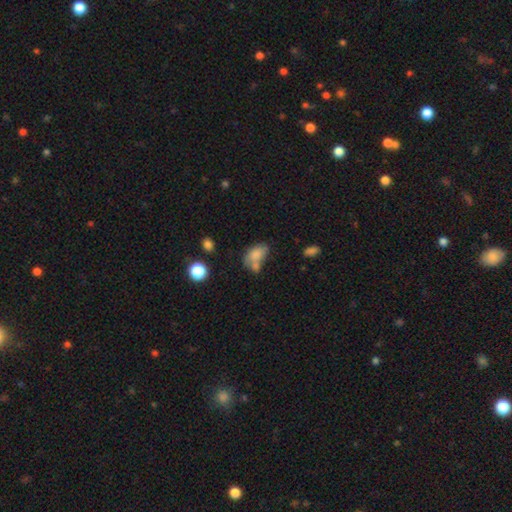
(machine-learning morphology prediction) Smooth or featured? Predicted: smooth (p=0.75). How rounded? Predicted: in between (p=0.88). Merging? Predicted: merger (p=0.38).